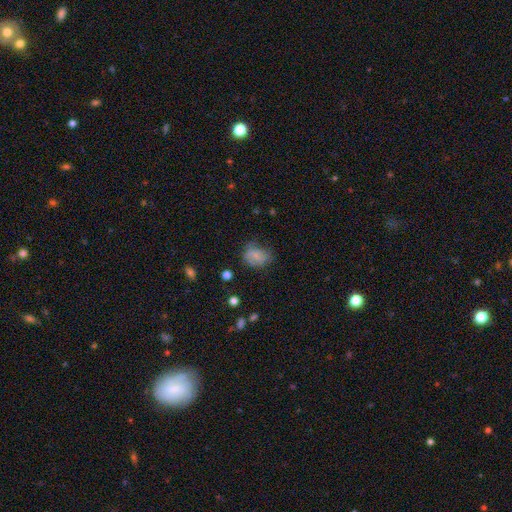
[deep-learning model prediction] Smooth or featured? Predicted: smooth (p=0.71). How rounded? Predicted: in between (p=0.59). Merging? Predicted: none (p=0.53).